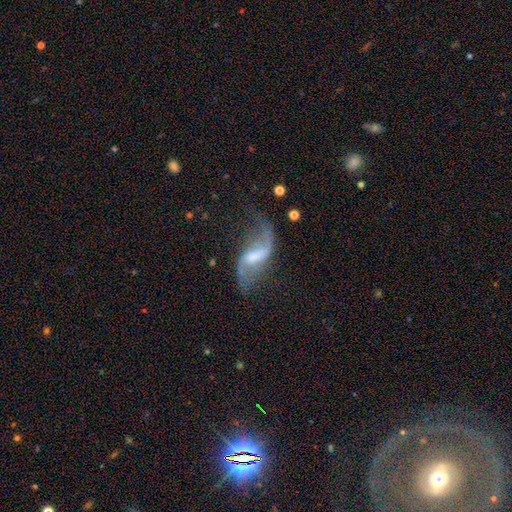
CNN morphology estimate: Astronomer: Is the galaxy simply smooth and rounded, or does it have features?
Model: featured or disk — 85%.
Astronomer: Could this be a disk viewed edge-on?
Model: no — 95%.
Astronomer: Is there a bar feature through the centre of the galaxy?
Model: weak — 50% (runner-up: strong, 31%).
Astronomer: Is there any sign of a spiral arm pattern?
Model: yes — 94%.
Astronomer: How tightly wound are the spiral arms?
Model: loose — 86%.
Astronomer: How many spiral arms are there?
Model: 2 — 90%.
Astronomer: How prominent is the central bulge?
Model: small — 36%, tied with moderate at 36%.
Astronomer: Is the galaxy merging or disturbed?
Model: none — 58%.